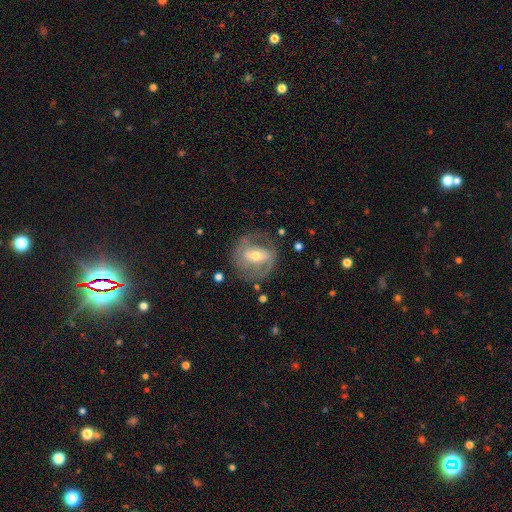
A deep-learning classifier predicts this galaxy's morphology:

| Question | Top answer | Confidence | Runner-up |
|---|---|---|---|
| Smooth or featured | featured or disk | 71% | smooth (22%) |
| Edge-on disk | no | 94% | yes (6%) |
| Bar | strong | 39% | weak (36%) |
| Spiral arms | yes | 68% | no (32%) |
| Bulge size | moderate | 58% | small (36%) |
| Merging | none | 70% | minor disturbance (17%) |